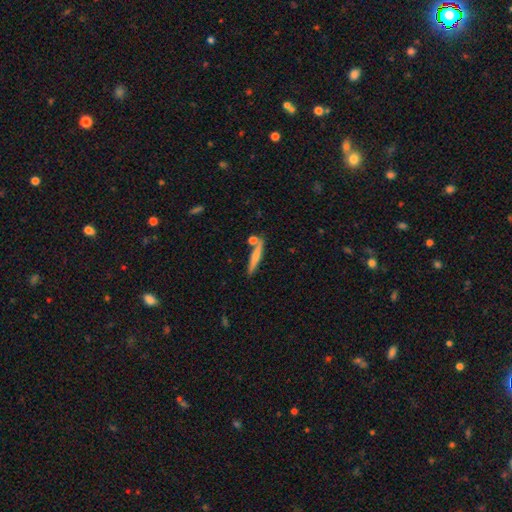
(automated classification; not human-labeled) Smooth or featured? Predicted: smooth (p=0.61). How rounded? Predicted: cigar-shaped (p=0.91). Merging? Predicted: none (p=0.76).